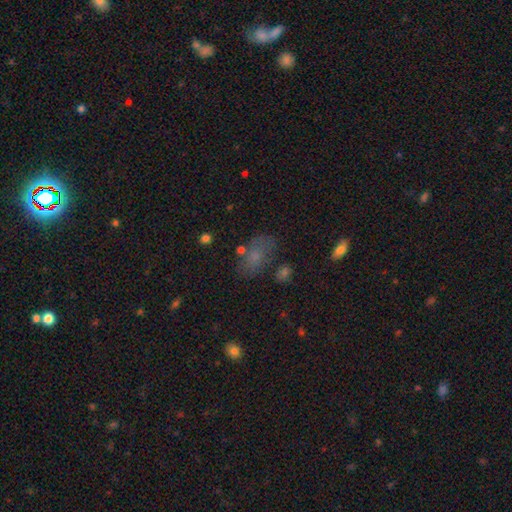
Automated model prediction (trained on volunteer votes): The model was most divided on "merging": none: 59%, minor disturbance: 22%, major disturbance: 12%, merger: 7%. More confident: how rounded — in between (86%); smooth or featured — smooth (61%).